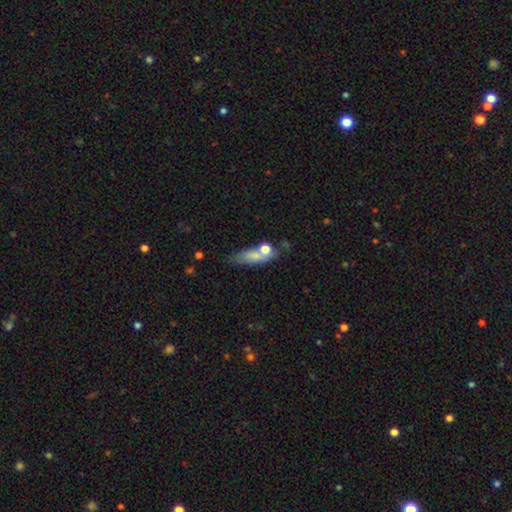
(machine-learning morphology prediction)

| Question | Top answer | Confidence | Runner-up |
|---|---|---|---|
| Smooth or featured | smooth | 68% | featured or disk (21%) |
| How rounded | in between | 57% | cigar-shaped (35%) |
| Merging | none | 50% | minor disturbance (20%) |